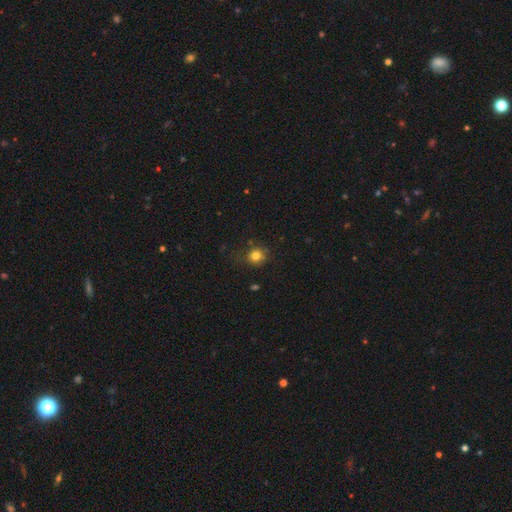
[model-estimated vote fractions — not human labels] A smooth galaxy with no disk features (79%) that is round (82%).

Vote fractions:
- Smooth or featured? smooth: 79% / star or artifact: 13% / featured or disk: 7%
- How rounded? round: 82% / in between: 17% / cigar-shaped: 1%
- Merging? none: 74% / minor disturbance: 18% / major disturbance: 6% / merger: 2%